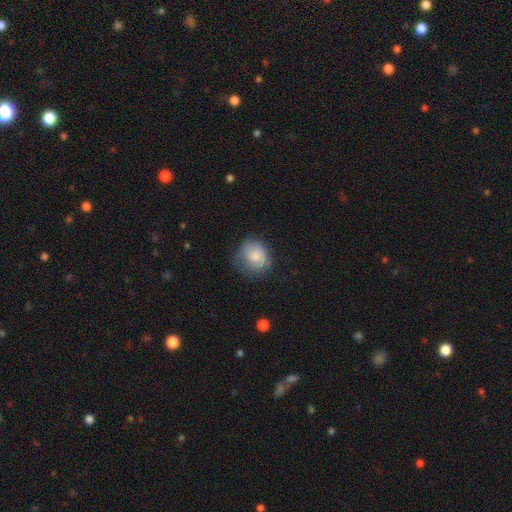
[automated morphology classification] Q: Smooth or featured?
A: smooth (81%); runner-up: featured or disk (12%)
Q: How rounded?
A: round (78%); runner-up: in between (21%)
Q: Merging?
A: none (59%); runner-up: minor disturbance (29%)